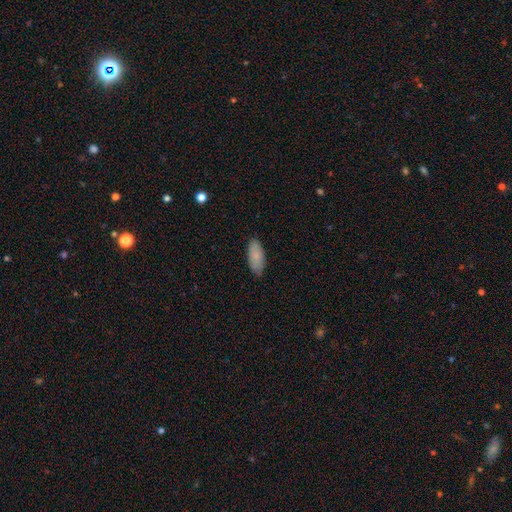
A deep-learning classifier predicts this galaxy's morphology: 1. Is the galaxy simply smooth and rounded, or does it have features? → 82% smooth, 12% featured or disk, 6% star or artifact.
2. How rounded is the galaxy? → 84% in between, 14% cigar-shaped, 2% round.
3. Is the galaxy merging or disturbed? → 83% none, 13% minor disturbance, 2% major disturbance, 1% merger.